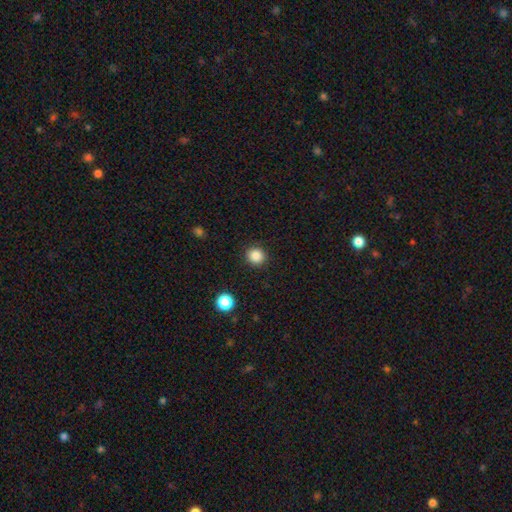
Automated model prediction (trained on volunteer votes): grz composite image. It shows a smooth galaxy with no disk features (86%) that is round (89%). Merging: none (91%).